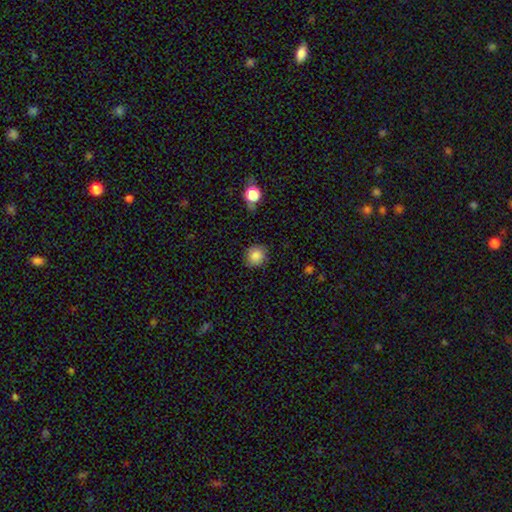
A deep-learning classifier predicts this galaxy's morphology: Q: Smooth or featured?
A: smooth (86%); runner-up: star or artifact (9%)
Q: How rounded?
A: round (85%); runner-up: in between (14%)
Q: Merging?
A: none (85%); runner-up: minor disturbance (11%)